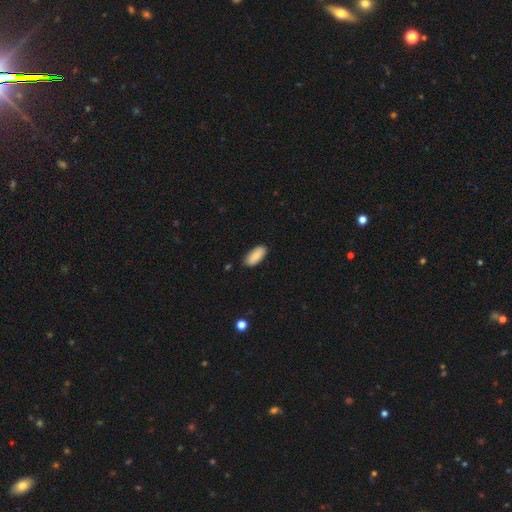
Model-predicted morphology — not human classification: smooth 86%, featured or disk 8%, star or artifact 6%. Down the decision tree: how rounded — in between (88%); merging — none (86%).